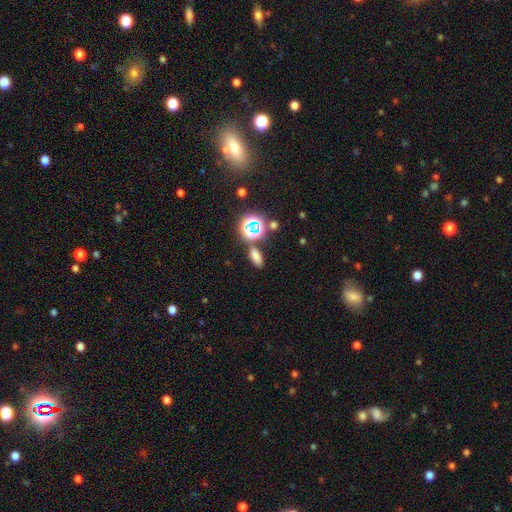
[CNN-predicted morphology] Overall: smooth (68%). How rounded: in between (78%). Merging: none (76%).